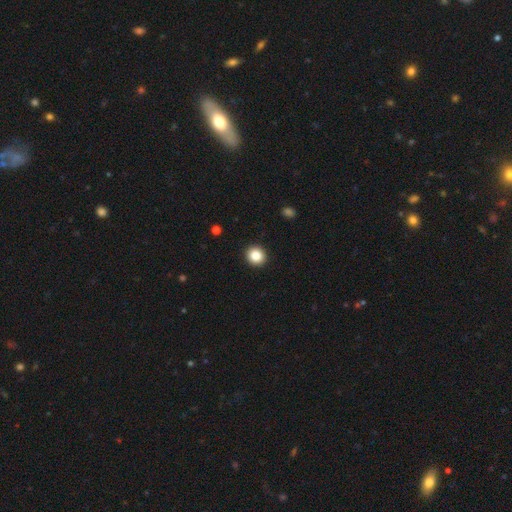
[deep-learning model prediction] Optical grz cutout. It shows a smooth galaxy with no disk features (86%) that is round (90%). Merging: none (93%).